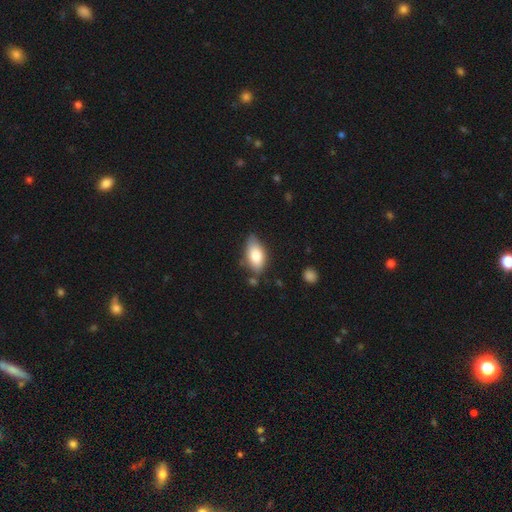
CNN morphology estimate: Smooth or featured? smooth (78%)
How rounded? in between (90%)
Merging? none (65%)